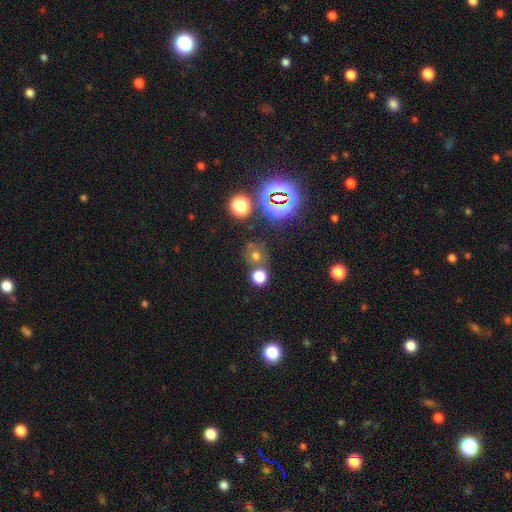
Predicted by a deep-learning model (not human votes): Smooth or featured?
  - smooth: 57% *
  - star or artifact: 33%
  - featured or disk: 10%
How rounded?
  - round: 85% *
  - in between: 13%
  - cigar-shaped: 1%
Merging?
  - none: 66% *
  - merger: 20%
  - minor disturbance: 10%
  - major disturbance: 5%